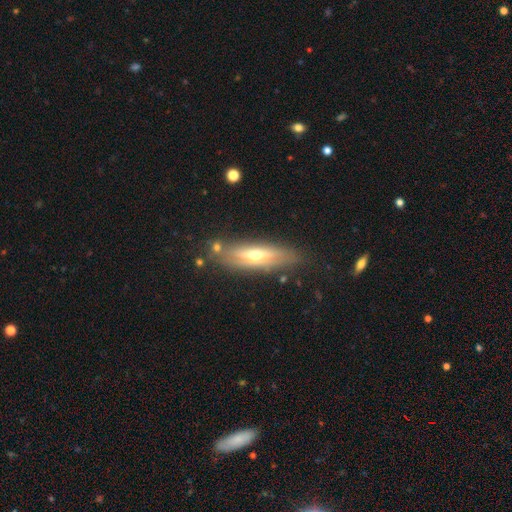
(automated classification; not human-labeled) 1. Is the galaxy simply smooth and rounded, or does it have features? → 61% featured or disk, 32% smooth, 7% star or artifact.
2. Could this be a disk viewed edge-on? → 78% yes, 22% no.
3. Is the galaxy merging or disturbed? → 79% none, 14% minor disturbance, 4% major disturbance, 4% merger.